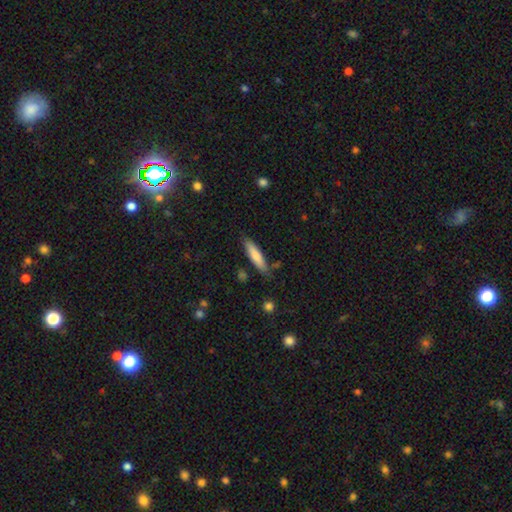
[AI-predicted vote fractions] Q: Smooth or featured?
A: smooth (77%); runner-up: featured or disk (18%)
Q: How rounded?
A: cigar-shaped (78%); runner-up: in between (20%)
Q: Merging?
A: none (82%); runner-up: minor disturbance (13%)